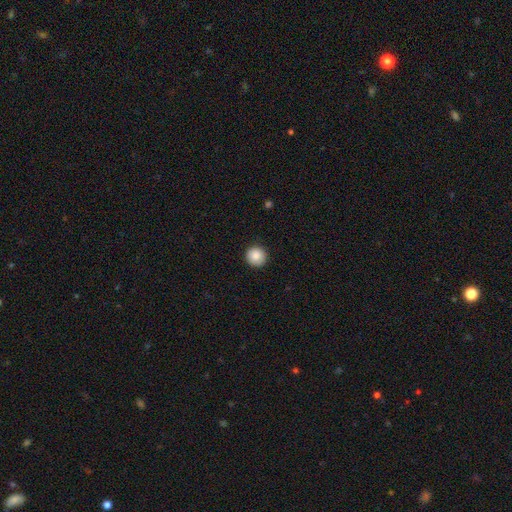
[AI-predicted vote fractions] The model was most divided on "smooth or featured": smooth: 88%, star or artifact: 9%, featured or disk: 4%. More confident: how rounded — round (95%); merging — none (92%).